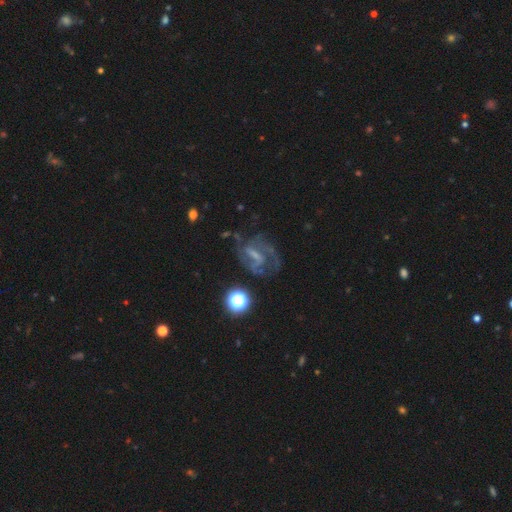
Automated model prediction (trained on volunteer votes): smooth_or_featured: featured or disk (p=0.72) [alt: smooth p=0.14]
disk_edge_on: no (p=0.96) [alt: yes p=0.04]
bar: weak (p=0.44) [alt: strong p=0.35]
has_spiral_arms: yes (p=0.81) [alt: no p=0.19]
spiral_winding: medium (p=0.48) [alt: tight p=0.32]
spiral_arm_count: 2 (p=0.50) [alt: can't tell p=0.27]
bulge_size: none (p=0.37) [alt: small p=0.33]
merging: none (p=0.52) [alt: major disturbance p=0.23]